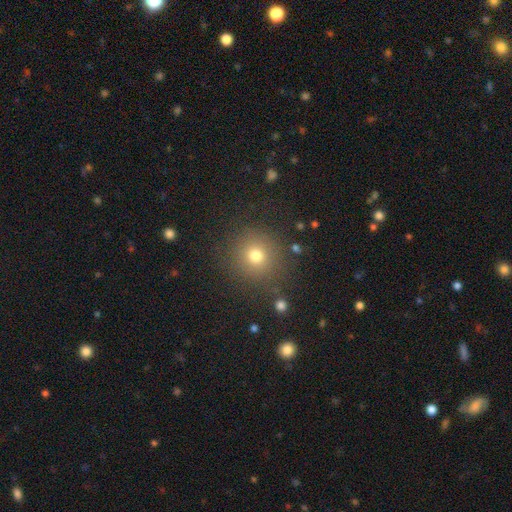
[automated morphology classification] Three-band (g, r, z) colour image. It shows a smooth galaxy with no disk features (73%) that is round (92%). Merging: none (85%).